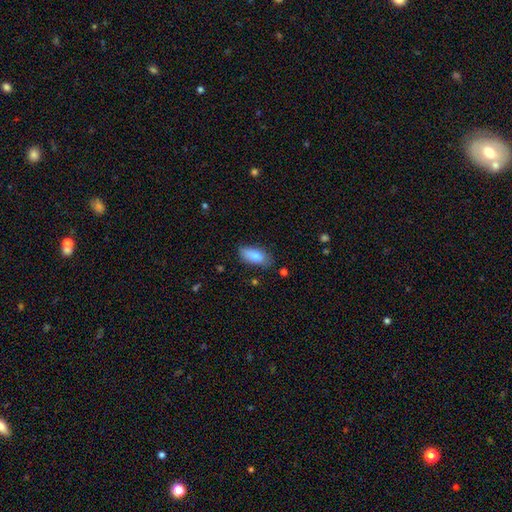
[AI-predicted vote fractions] The model was most divided on "merging": none: 75%, minor disturbance: 19%, major disturbance: 4%, merger: 2%. More confident: how rounded — in between (85%); smooth or featured — smooth (76%).